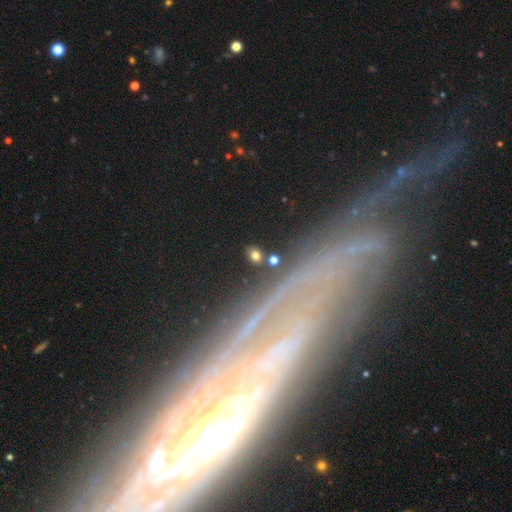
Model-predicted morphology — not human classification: Overall: smooth (72%). How rounded: in between (56%; round 41%). Merging: none (84%).